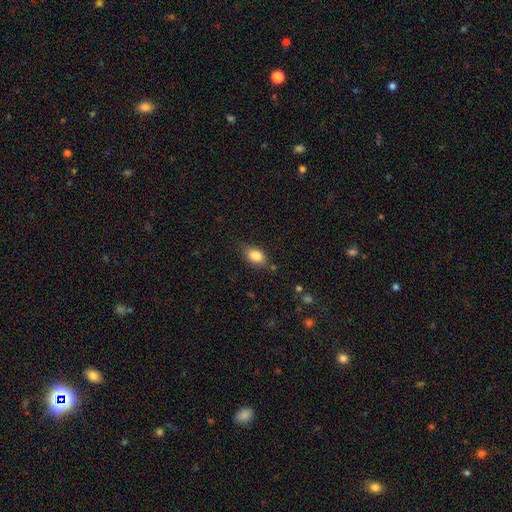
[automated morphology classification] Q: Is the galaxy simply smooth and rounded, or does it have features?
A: smooth — 84%.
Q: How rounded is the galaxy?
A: in between — 83%.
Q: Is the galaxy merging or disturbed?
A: none — 75%.